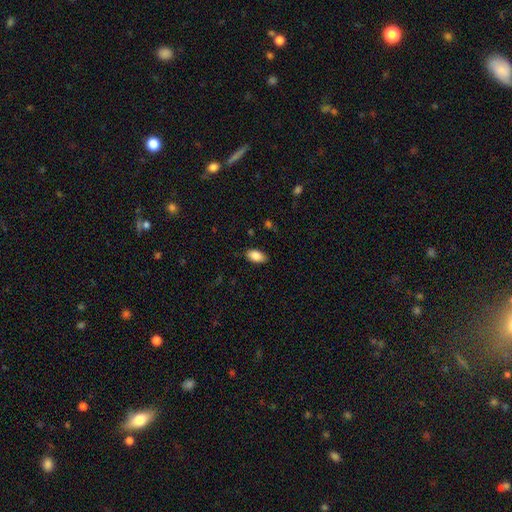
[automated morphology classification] Q: Smooth or featured?
A: smooth (86%); runner-up: featured or disk (7%)
Q: How rounded?
A: in between (93%); runner-up: round (4%)
Q: Merging?
A: none (86%); runner-up: minor disturbance (11%)